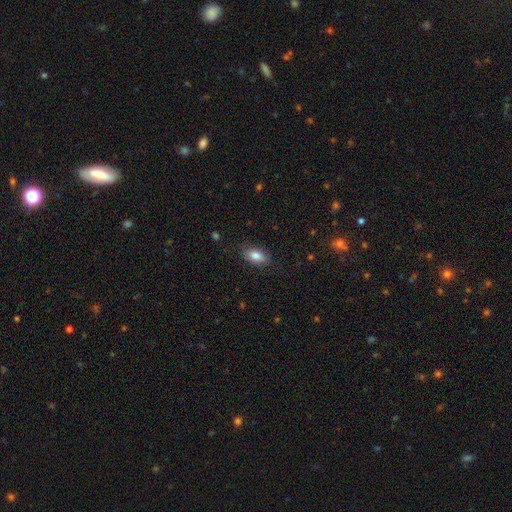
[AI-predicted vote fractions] Smooth or featured? Predicted: smooth (p=0.82). How rounded? Predicted: in between (p=0.90). Merging? Predicted: none (p=0.83).